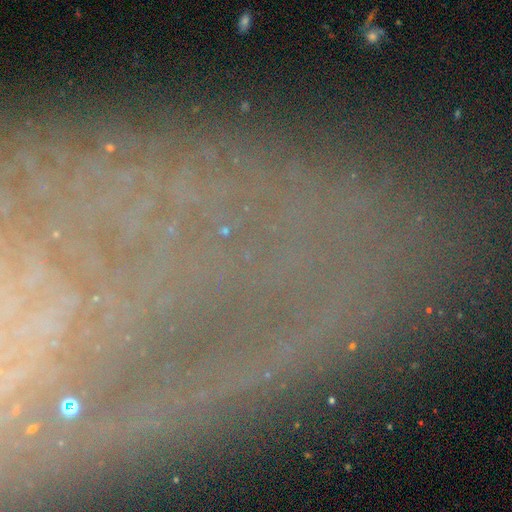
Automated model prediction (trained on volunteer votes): smooth_or_featured: star or artifact (p=0.47) [alt: featured or disk p=0.38]